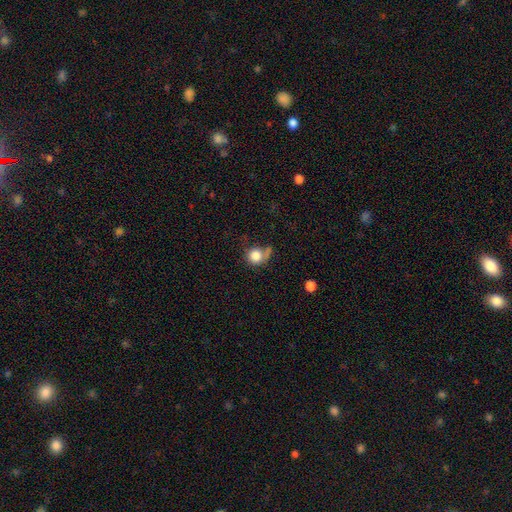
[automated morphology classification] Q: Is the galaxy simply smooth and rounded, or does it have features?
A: smooth — 81%.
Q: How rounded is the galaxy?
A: round — 83%.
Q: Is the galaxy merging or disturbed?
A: none — 43%.